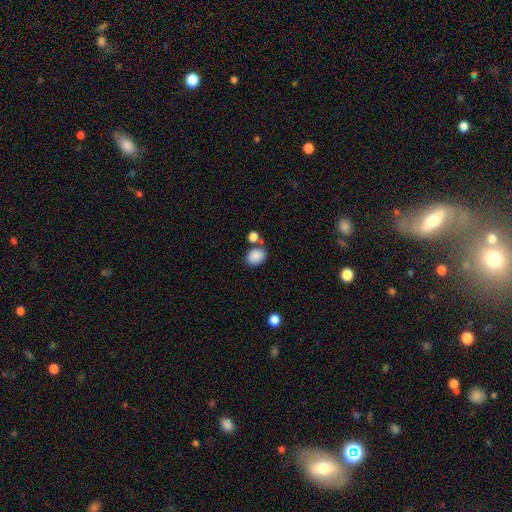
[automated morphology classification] Smooth or featured? Predicted: smooth (p=0.87). How rounded? Predicted: in between (p=0.70). Merging? Predicted: none (p=0.68).